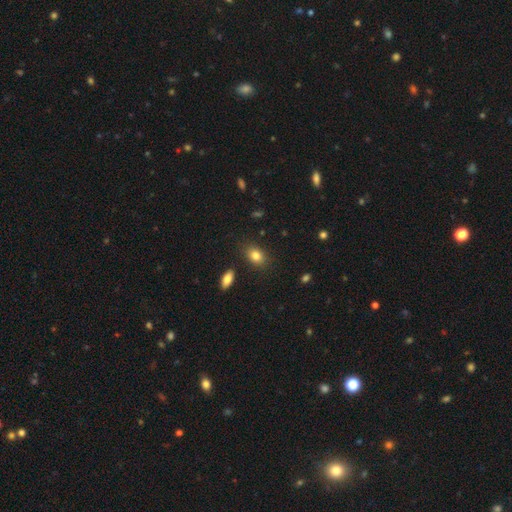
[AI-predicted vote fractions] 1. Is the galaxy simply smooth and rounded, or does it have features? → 83% smooth, 9% star or artifact, 8% featured or disk.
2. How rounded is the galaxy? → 76% in between, 22% round, 2% cigar-shaped.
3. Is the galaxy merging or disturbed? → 84% none, 10% minor disturbance, 3% major disturbance, 3% merger.